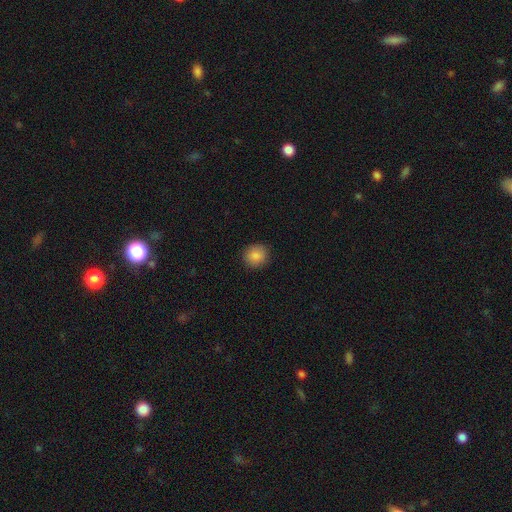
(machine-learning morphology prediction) Overall: smooth (86%). How rounded: round (90%). Merging: none (90%).